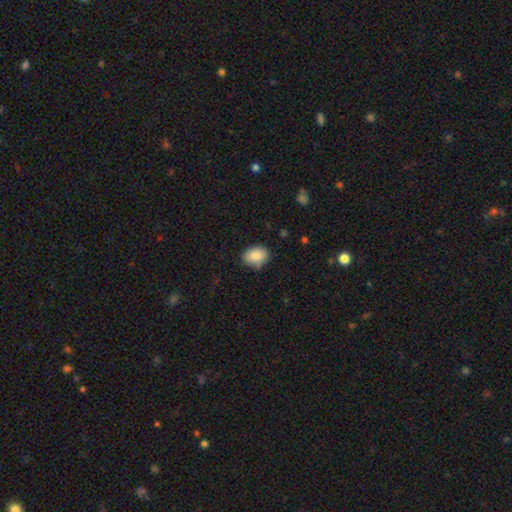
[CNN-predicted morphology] This is clearly a smooth galaxy (86%). How rounded: likely in between (70%). Merging: likely none (76%).